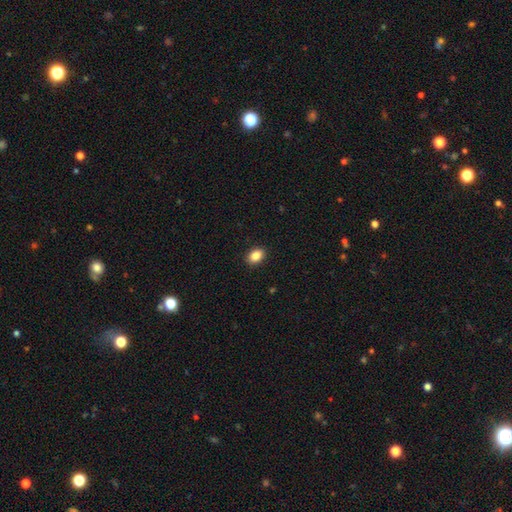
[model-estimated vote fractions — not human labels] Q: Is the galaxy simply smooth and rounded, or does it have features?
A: smooth — 87%.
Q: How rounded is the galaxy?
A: in between — 81%.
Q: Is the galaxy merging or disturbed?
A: none — 90%.